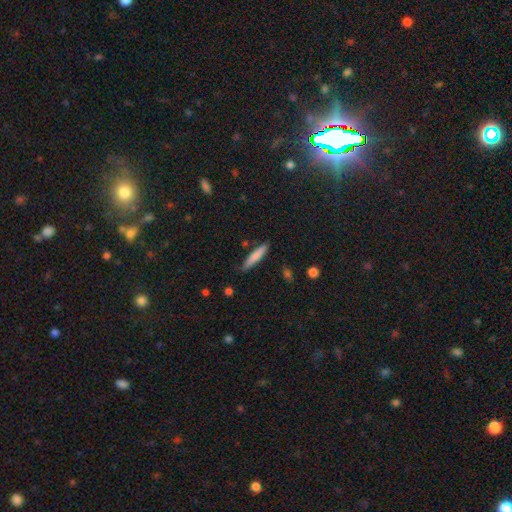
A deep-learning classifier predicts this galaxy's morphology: Smooth or featured? Predicted: smooth (p=0.76). How rounded? Predicted: cigar-shaped (p=0.90). Merging? Predicted: none (p=0.81).